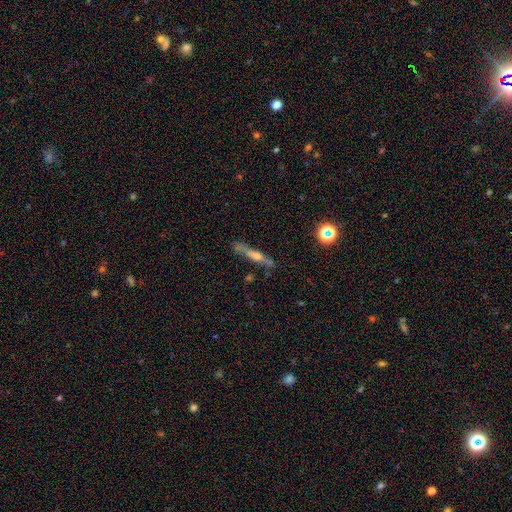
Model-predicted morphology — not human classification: Overall: featured or disk (49%; smooth 39%). Merging: none (63%).